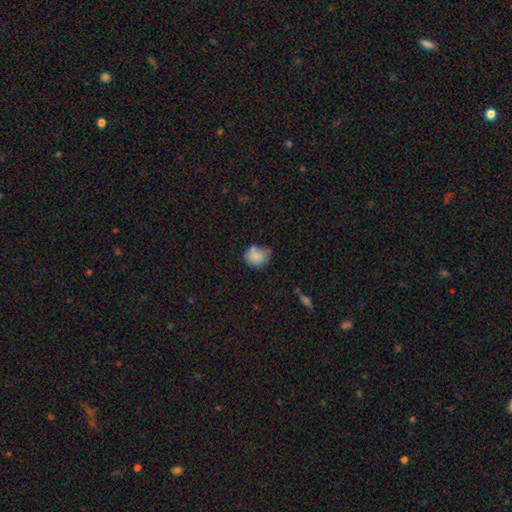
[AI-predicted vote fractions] The model was most divided on "how rounded": round: 55%, in between: 44%, cigar-shaped: 1%. More confident: smooth or featured — smooth (82%); merging — none (52%).